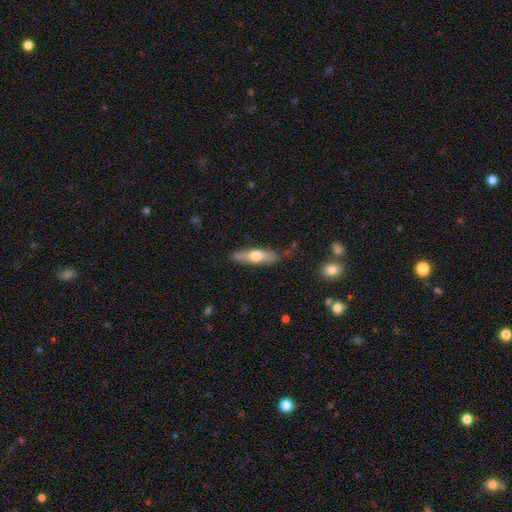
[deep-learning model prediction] A smooth galaxy with no disk features (54%) that is cigar-shaped (67%).

Vote fractions:
- Smooth or featured? smooth: 54% / featured or disk: 41% / star or artifact: 5%
- How rounded? cigar-shaped: 67% / in between: 30% / round: 2%
- Merging? none: 78% / minor disturbance: 16% / major disturbance: 4% / merger: 2%